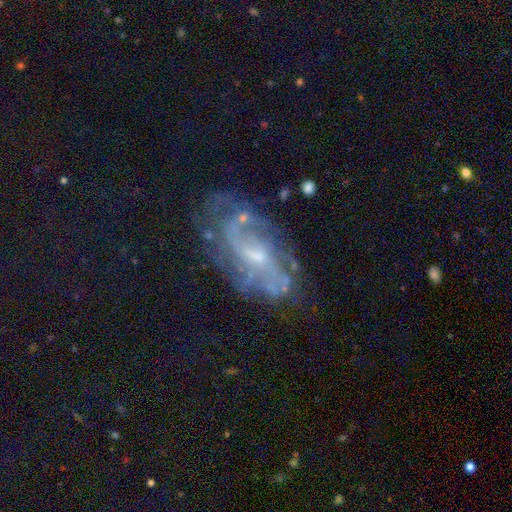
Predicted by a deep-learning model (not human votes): A featured or disk galaxy (79%) with no bar (47%), 2 (49%) medium (43%) spiral arms (88%) and a small central bulge (62%). Merging: none (67%).